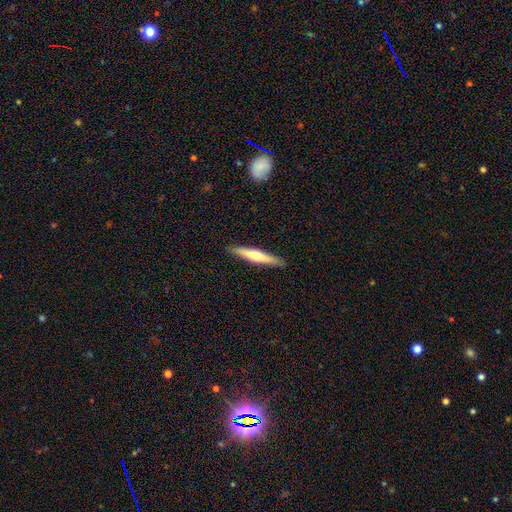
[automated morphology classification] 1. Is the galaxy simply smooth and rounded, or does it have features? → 48% featured or disk, 47% smooth, 5% star or artifact.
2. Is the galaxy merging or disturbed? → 90% none, 7% minor disturbance, 1% major disturbance, 1% merger.